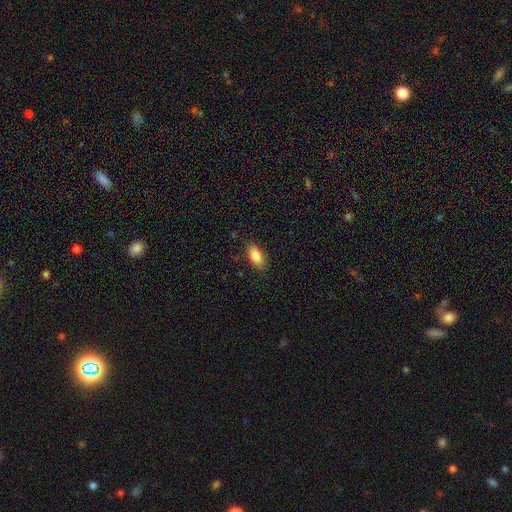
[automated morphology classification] type=smooth (83%); roundness=in between (88%); merging=none (85%).